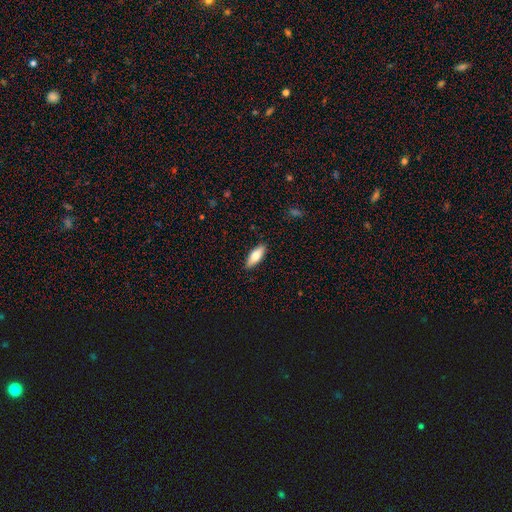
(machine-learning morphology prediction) Overall: smooth (75%). How rounded: in between (66%; cigar-shaped 32%). Merging: none (88%).